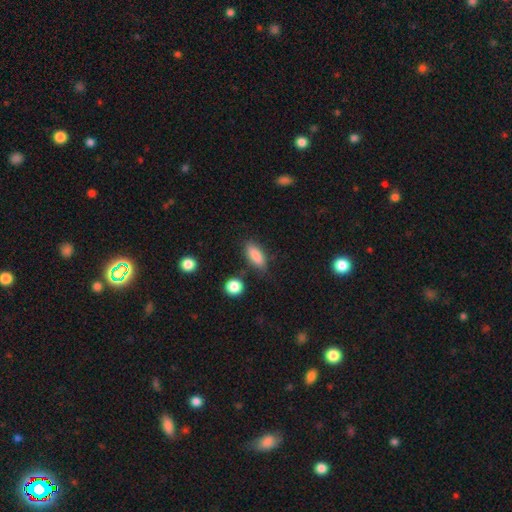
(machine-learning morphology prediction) type=smooth (85%); roundness=in between (73%); merging=none (77%).